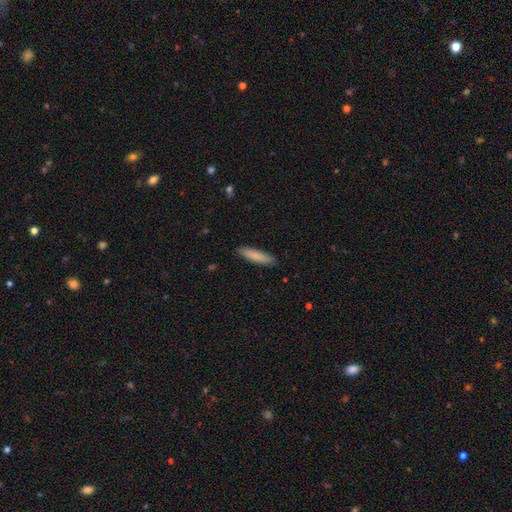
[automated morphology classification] Smooth or featured: smooth — 84% (featured or disk — 10%)
How rounded: cigar-shaped — 79% (in between — 20%)
Merging: none — 89% (minor disturbance — 9%)